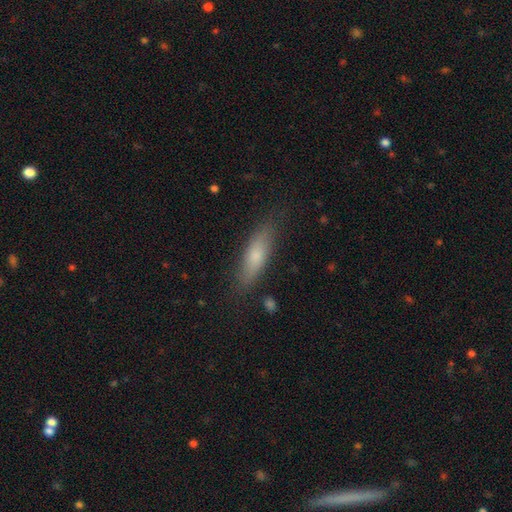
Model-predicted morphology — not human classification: Smooth or featured?
  - smooth: 71% *
  - featured or disk: 22%
  - star or artifact: 7%
How rounded?
  - cigar-shaped: 54% *
  - in between: 43%
  - round: 2%
Merging?
  - none: 80% *
  - minor disturbance: 15%
  - major disturbance: 4%
  - merger: 2%